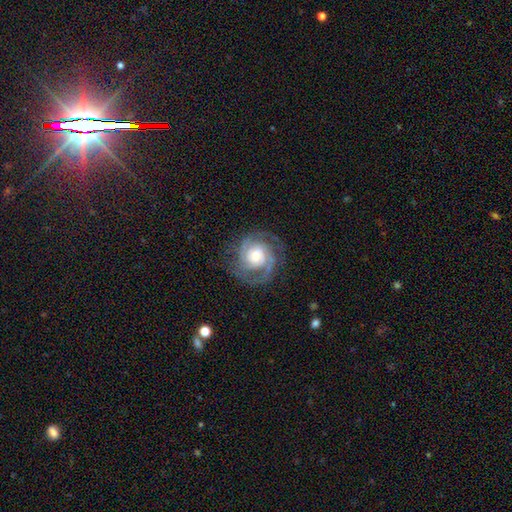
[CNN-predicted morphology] Smooth or featured: featured or disk — 87% (smooth — 7%)
Edge-on disk: no — 98% (yes — 2%)
Bar: no — 71% (weak — 23%)
Spiral arms: yes — 97% (no — 3%)
Spiral winding: tight — 59% (medium — 35%)
Spiral arm count: 2 — 43% (3 — 27%)
Bulge size: moderate — 50% (large — 24%)
Merging: none — 78% (minor disturbance — 14%)